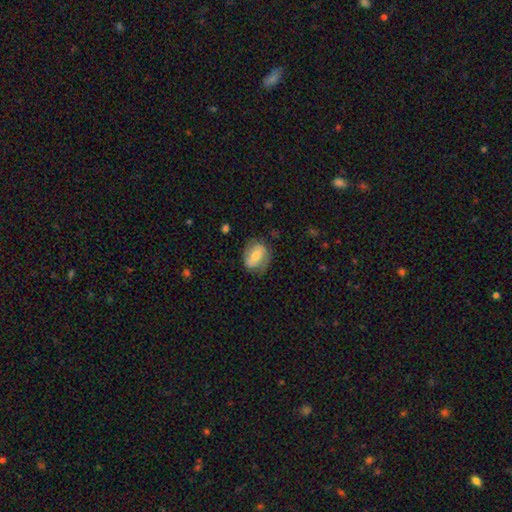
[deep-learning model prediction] This appears to be a smooth galaxy with no disk features (51%) that is in between round and cigar-shaped (59%). Merging: none (64%).